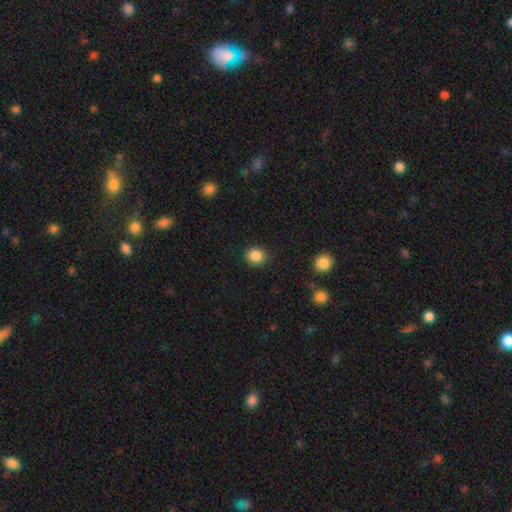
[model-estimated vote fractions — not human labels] Q: Smooth or featured?
A: smooth (87%); runner-up: star or artifact (10%)
Q: How rounded?
A: round (87%); runner-up: in between (12%)
Q: Merging?
A: none (88%); runner-up: minor disturbance (8%)